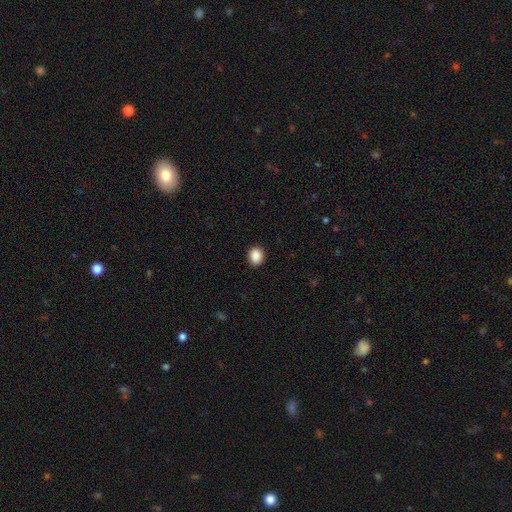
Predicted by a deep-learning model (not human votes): A smooth galaxy with no disk features (89%) that is round (59%). Merging: none (91%).